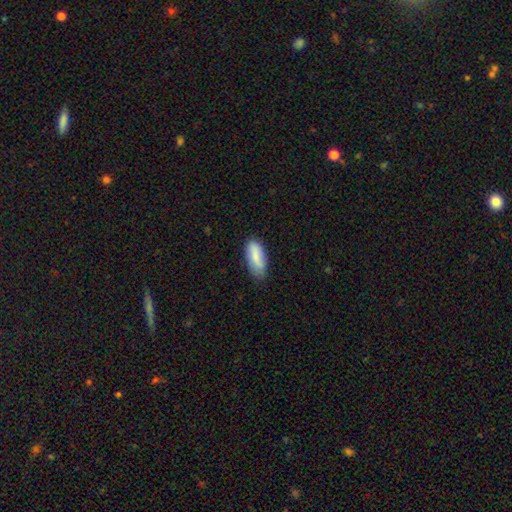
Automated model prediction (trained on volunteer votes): Smooth or featured: smooth — 80% (featured or disk — 13%)
How rounded: in between — 82% (cigar-shaped — 16%)
Merging: none — 67% (minor disturbance — 26%)